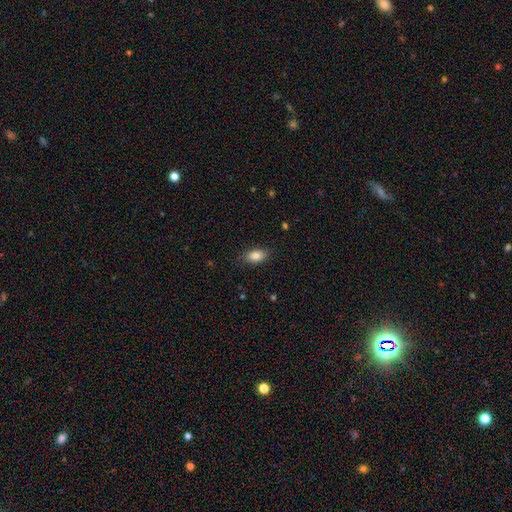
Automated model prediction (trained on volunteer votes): Smooth or featured?
  - smooth: 85% *
  - star or artifact: 8%
  - featured or disk: 7%
How rounded?
  - in between: 89% *
  - round: 7%
  - cigar-shaped: 4%
Merging?
  - none: 82% *
  - minor disturbance: 14%
  - major disturbance: 3%
  - merger: 1%